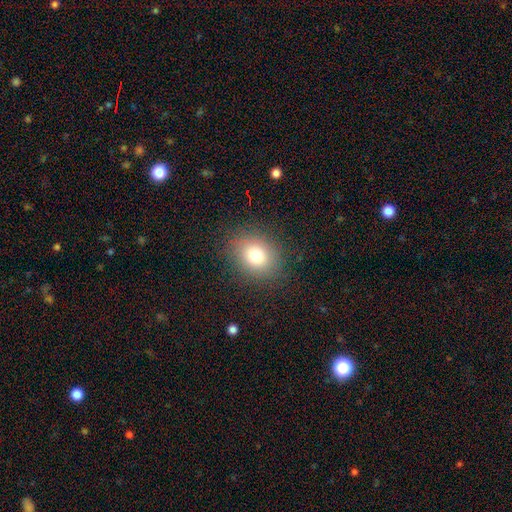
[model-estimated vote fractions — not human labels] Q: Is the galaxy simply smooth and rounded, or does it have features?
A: smooth — 75%.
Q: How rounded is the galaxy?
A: round — 64%.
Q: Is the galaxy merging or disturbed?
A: none — 87%.